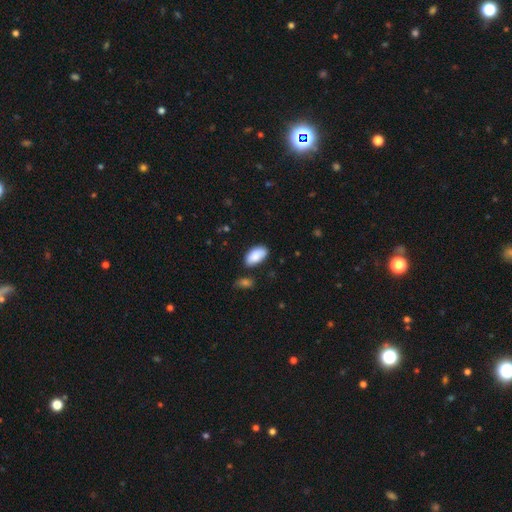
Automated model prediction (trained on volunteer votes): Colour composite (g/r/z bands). It shows a smooth galaxy with no disk features (89%) that is in between round and cigar-shaped (95%). Merging: none (76%).